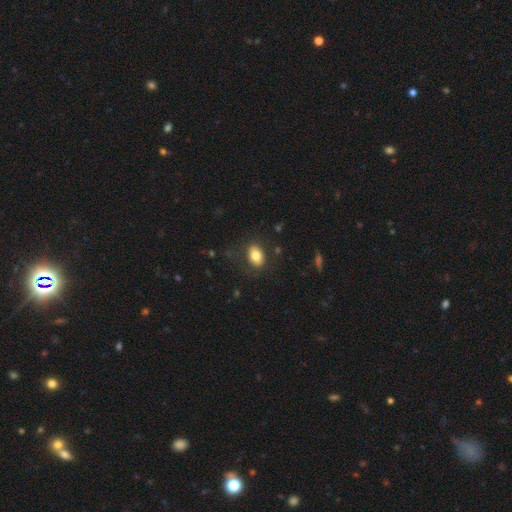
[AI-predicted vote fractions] The model was most divided on "merging": none: 80%, minor disturbance: 13%, major disturbance: 6%, merger: 1%. More confident: how rounded — in between (85%); smooth or featured — smooth (82%).